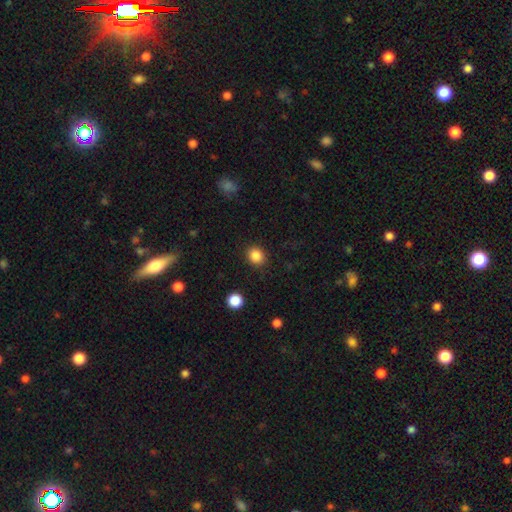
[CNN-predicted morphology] This is clearly a smooth galaxy (86%). How rounded: likely round (74%). Merging: clearly none (89%).